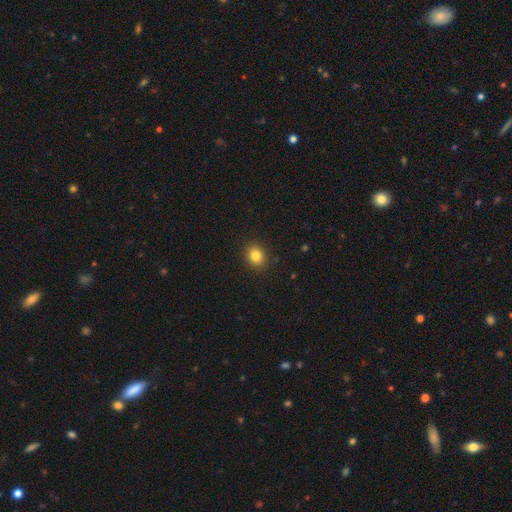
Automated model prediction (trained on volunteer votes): Smooth or featured? Predicted: smooth (p=0.82). How rounded? Predicted: round (p=0.65). Merging? Predicted: none (p=0.90).